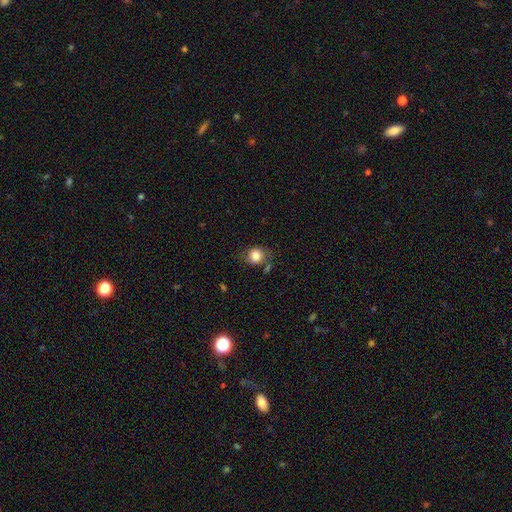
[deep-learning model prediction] The model was most divided on "how rounded": round: 70%, in between: 29%, cigar-shaped: 1%. More confident: smooth or featured — smooth (81%); merging — none (64%).